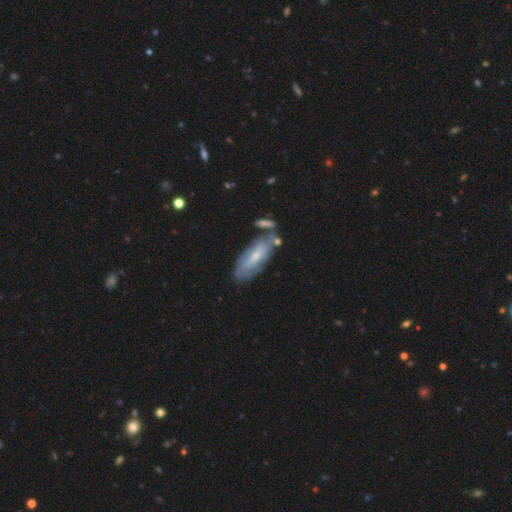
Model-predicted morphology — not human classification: featured or disk 52%, smooth 41%, star or artifact 7%. Down the decision tree: edge-on disk — no (76%); merging — none (55%).